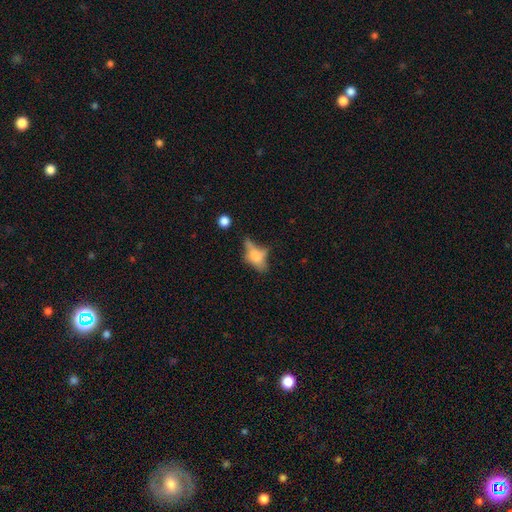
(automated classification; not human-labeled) Smooth or featured?
  - smooth: 57% *
  - featured or disk: 31%
  - star or artifact: 12%
How rounded?
  - in between: 77% *
  - cigar-shaped: 12%
  - round: 11%
Merging?
  - none: 35% *
  - minor disturbance: 25%
  - major disturbance: 24%
  - merger: 15%